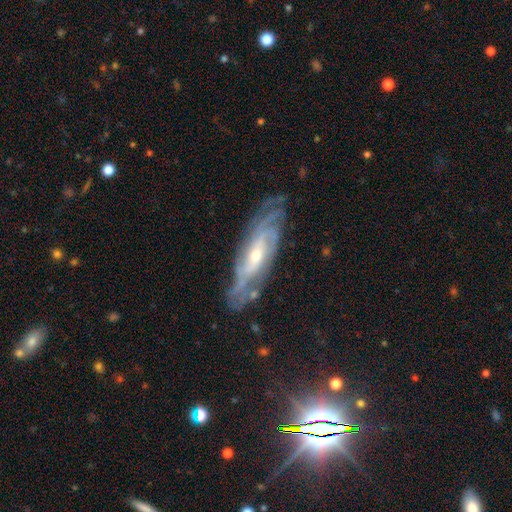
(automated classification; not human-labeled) Smooth or featured? featured or disk (84%)
Edge-on disk? no (78%)
Bar? no (49%)
Spiral arms? yes (93%)
Spiral winding? tight (65%)
Spiral arm count? can't tell (50%)
Bulge size? small (54%)
Merging? none (75%)